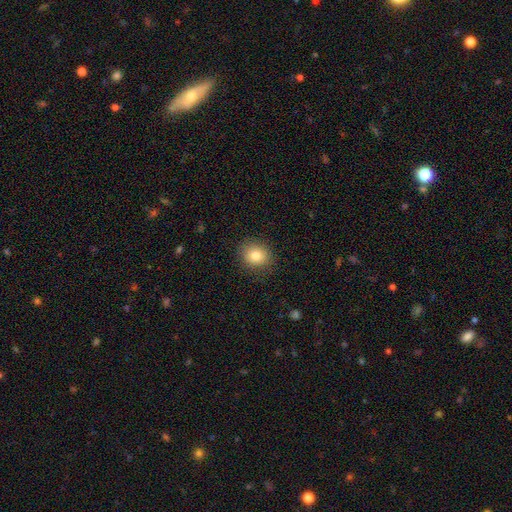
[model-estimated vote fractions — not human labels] smooth_or_featured: smooth (p=0.81) [alt: star or artifact p=0.10]
how_rounded: round (p=0.71) [alt: in between p=0.28]
merging: none (p=0.87) [alt: minor disturbance p=0.09]